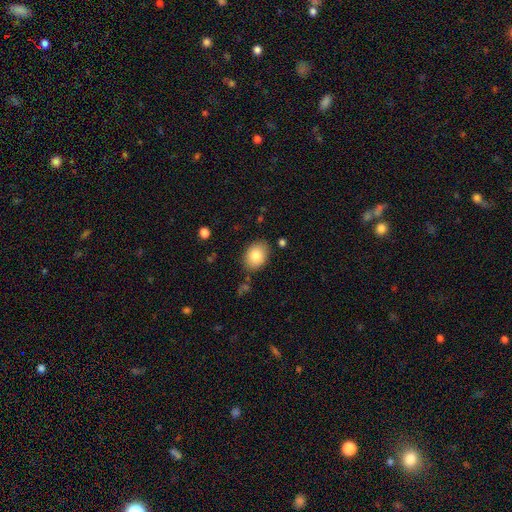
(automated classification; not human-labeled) This is clearly a smooth galaxy (83%). How rounded: likely in between (71%). Merging: clearly none (84%).